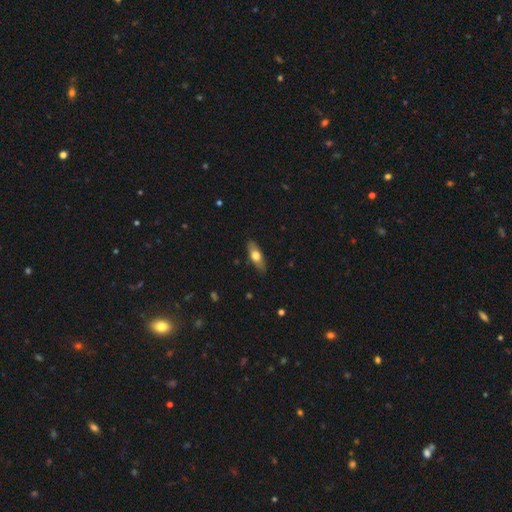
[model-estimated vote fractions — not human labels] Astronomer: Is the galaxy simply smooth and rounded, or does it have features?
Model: smooth — 62%.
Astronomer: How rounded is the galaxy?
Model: in between — 67%.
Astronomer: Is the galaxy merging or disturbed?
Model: none — 84%.